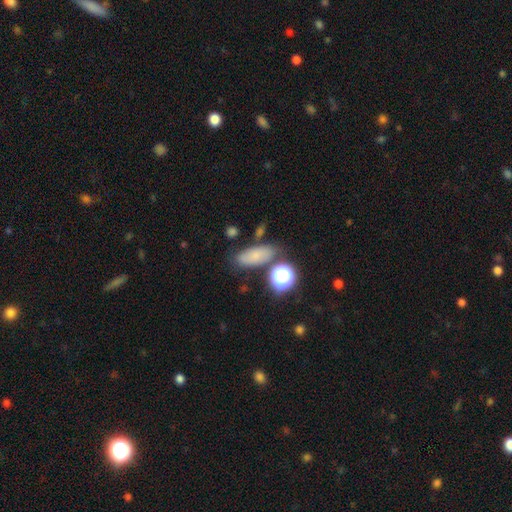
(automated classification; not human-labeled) A smooth galaxy with no disk features (71%) that is in between round and cigar-shaped (73%).

Vote fractions:
- Smooth or featured? smooth: 71% / star or artifact: 15% / featured or disk: 14%
- How rounded? in between: 73% / cigar-shaped: 14% / round: 13%
- Merging? none: 70% / minor disturbance: 16% / merger: 9% / major disturbance: 5%